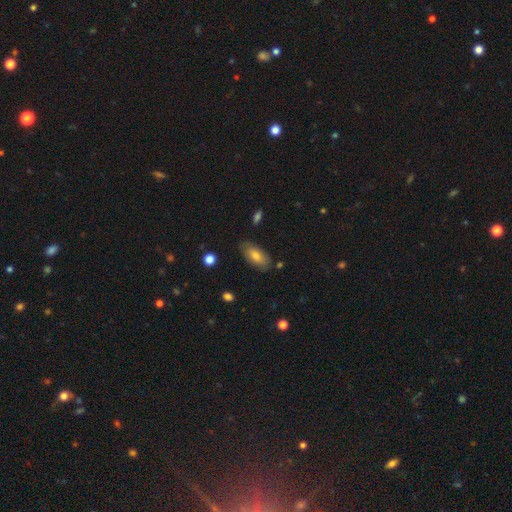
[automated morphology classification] The model was most divided on "smooth or featured": smooth: 71%, featured or disk: 22%, star or artifact: 7%. More confident: how rounded — in between (87%); merging — none (80%).